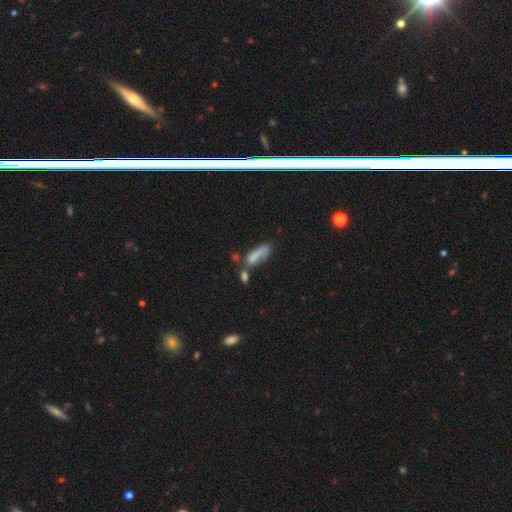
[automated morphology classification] This appears to be a smooth galaxy with no disk features (68%) that is in between round and cigar-shaped (49%). Merging: merger (40%).